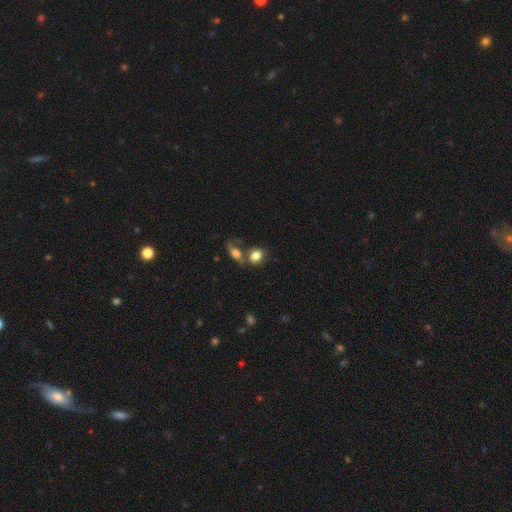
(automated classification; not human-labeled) A smooth galaxy with no disk features (79%) that is in between round and cigar-shaped (51%). Merging: merger (42%).